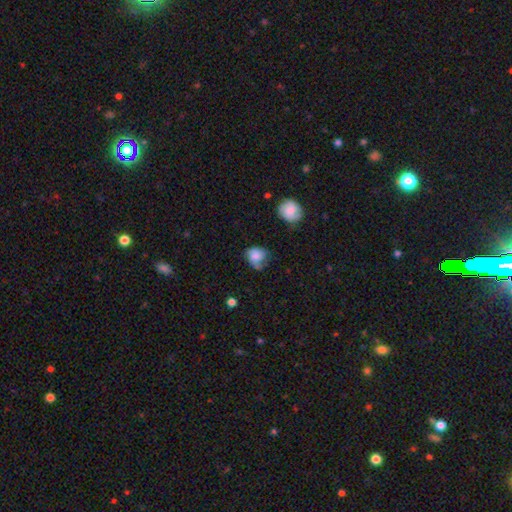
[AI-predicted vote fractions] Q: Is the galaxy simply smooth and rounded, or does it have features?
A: smooth — 66%.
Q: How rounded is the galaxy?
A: round — 60%.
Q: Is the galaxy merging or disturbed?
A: none — 41%.